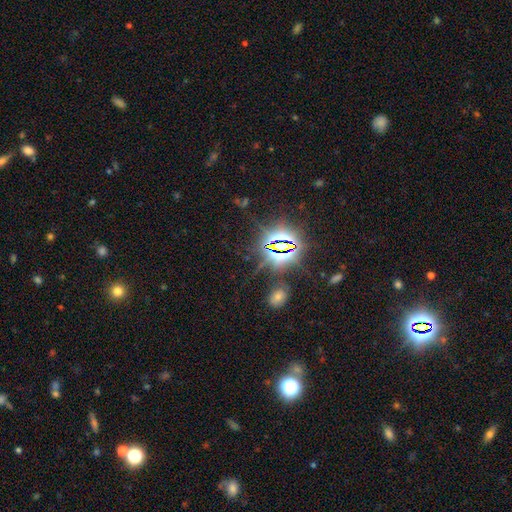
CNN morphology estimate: star or artifact 81%, smooth 12%, featured or disk 7%.